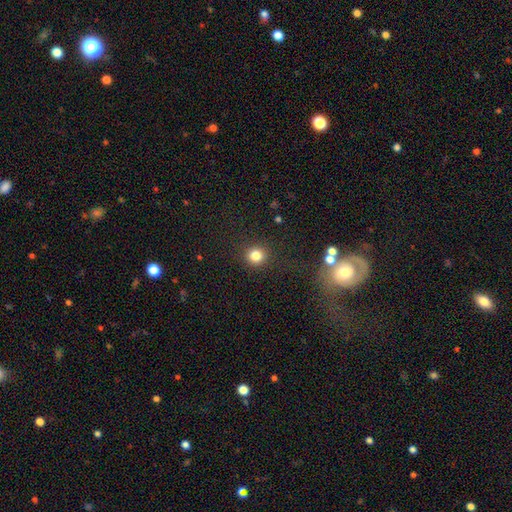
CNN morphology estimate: Smooth or featured? smooth (82%)
How rounded? round (92%)
Merging? none (90%)